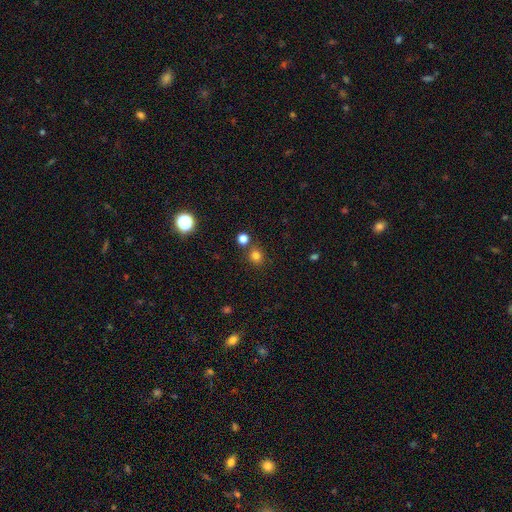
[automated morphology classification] Overall: smooth (77%). How rounded: round (87%). Merging: none (77%).